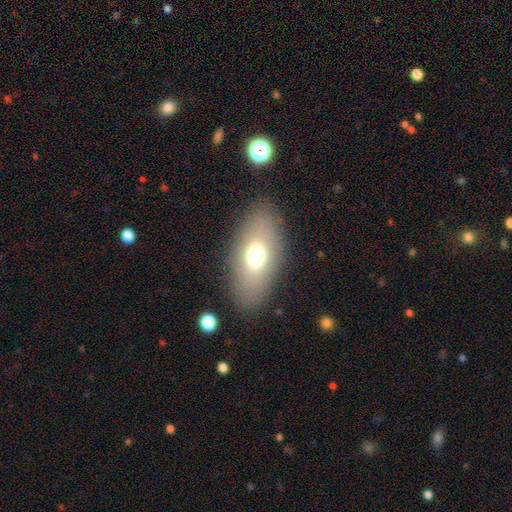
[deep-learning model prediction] smooth_or_featured: smooth (p=0.67) [alt: featured or disk p=0.22]
how_rounded: in between (p=0.88) [alt: round p=0.08]
merging: none (p=0.85) [alt: minor disturbance p=0.09]